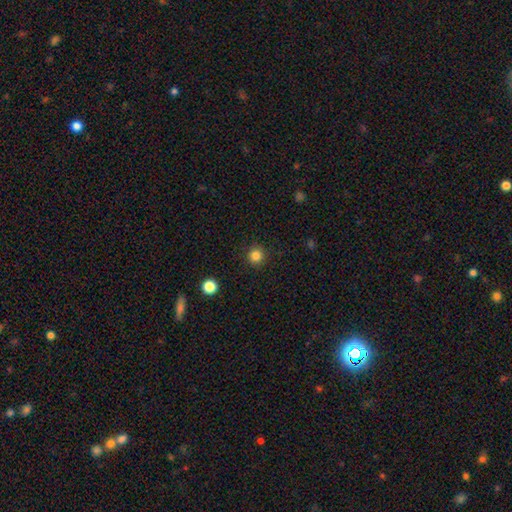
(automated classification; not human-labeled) Smooth or featured? Predicted: smooth (p=0.83). How rounded? Predicted: round (p=0.95). Merging? Predicted: none (p=0.91).